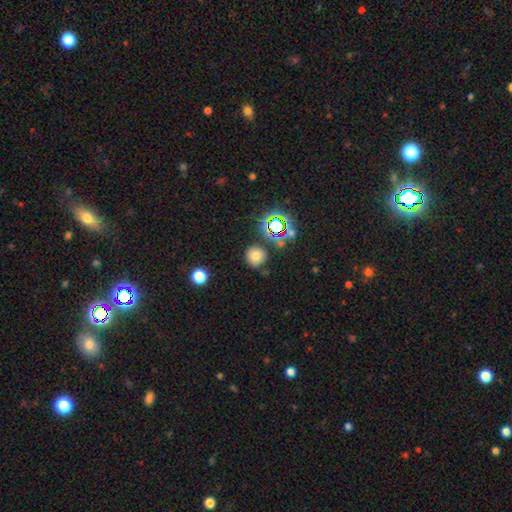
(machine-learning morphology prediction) Overall: smooth (72%). How rounded: round (91%). Merging: none (80%).